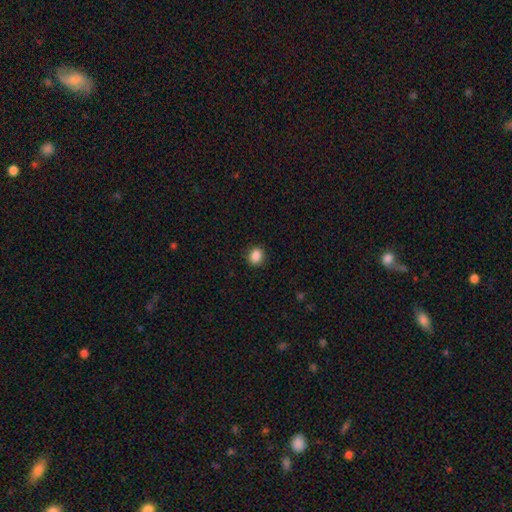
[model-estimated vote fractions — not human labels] This is clearly a smooth galaxy (87%). How rounded: likely round (69%). Merging: clearly none (89%).